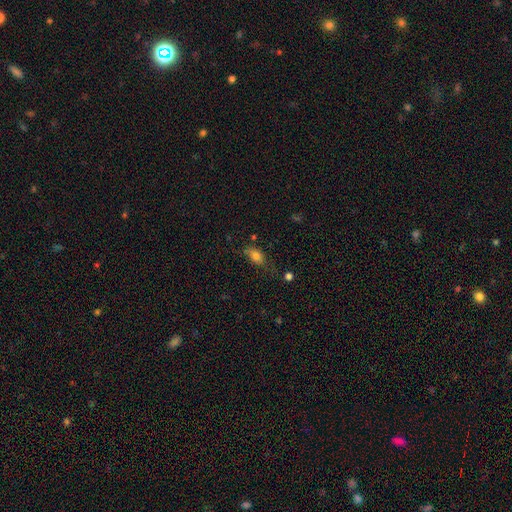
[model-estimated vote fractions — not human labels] Overall: smooth (79%). How rounded: in between (81%). Merging: none (54%; minor disturbance 29%).